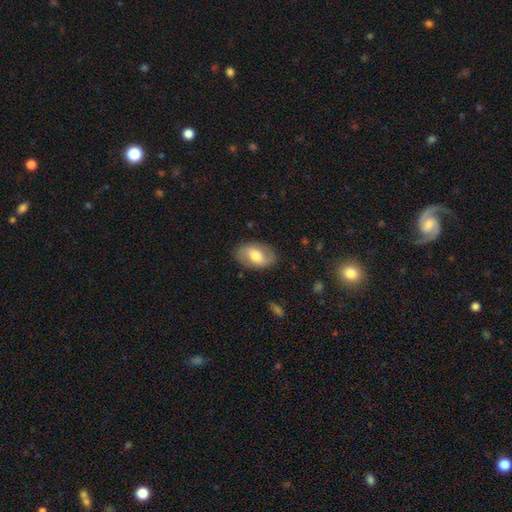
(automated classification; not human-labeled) Smooth or featured?
  - smooth: 51% *
  - featured or disk: 42%
  - star or artifact: 6%
How rounded?
  - in between: 89% *
  - round: 9%
  - cigar-shaped: 2%
Merging?
  - none: 83% *
  - minor disturbance: 12%
  - major disturbance: 4%
  - merger: 1%